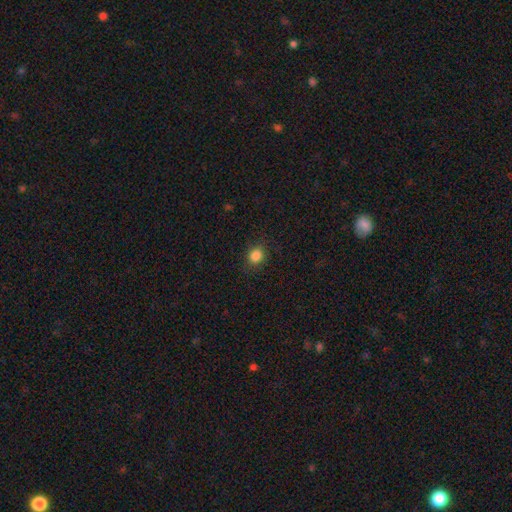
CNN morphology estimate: A smooth galaxy with no disk features (85%) that is round (66%).

Vote fractions:
- Smooth or featured? smooth: 85% / star or artifact: 11% / featured or disk: 4%
- How rounded? round: 66% / in between: 33% / cigar-shaped: 1%
- Merging? none: 87% / minor disturbance: 9% / major disturbance: 3% / merger: 1%